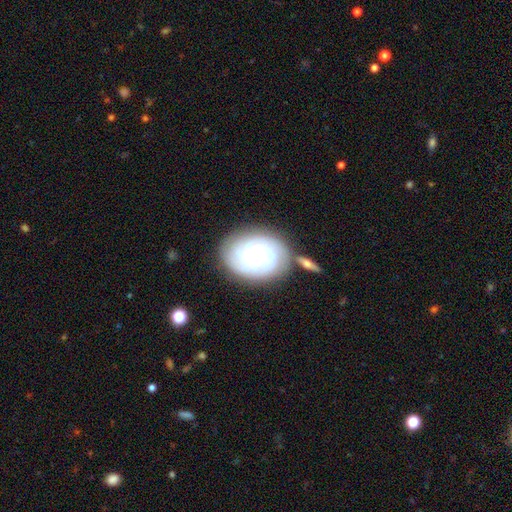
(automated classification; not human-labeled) Overall: featured or disk (76%). Edge-on disk: no (97%). Bar: weak (48%; no 37%). Spiral arms: yes (94%). Spiral arm count: 2 (48%; can't tell 22%). Spiral winding: tight (63%; medium 29%). Bulge size: moderate (60%; small 30%). Merging: none (74%).